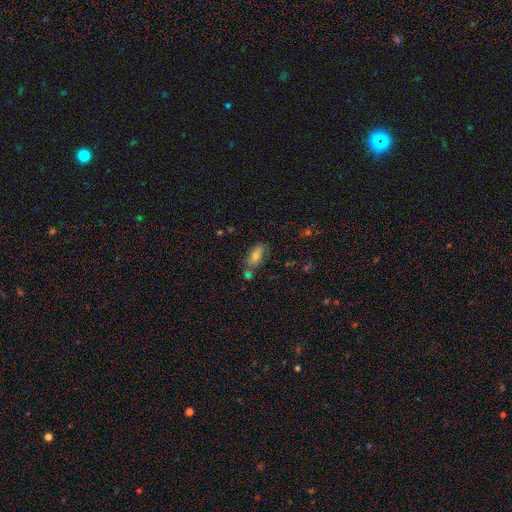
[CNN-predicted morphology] Overall: smooth (64%). How rounded: in between (80%). Merging: none (60%).